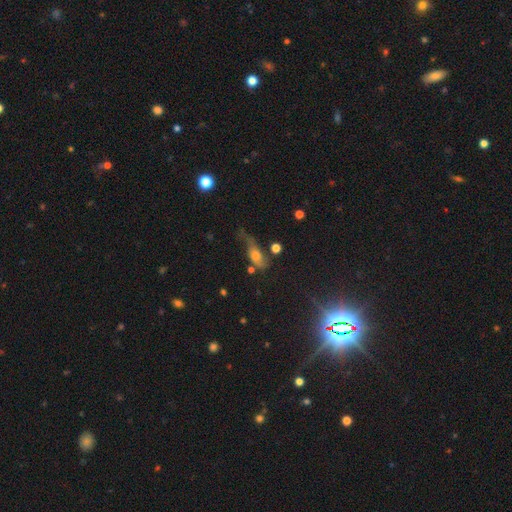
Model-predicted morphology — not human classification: Q: Smooth or featured?
A: smooth (53%); runner-up: featured or disk (34%)
Q: How rounded?
A: in between (69%); runner-up: cigar-shaped (21%)
Q: Merging?
A: major disturbance (38%); runner-up: minor disturbance (27%)